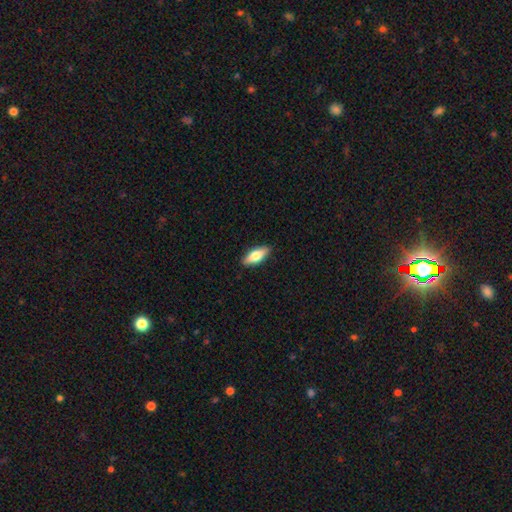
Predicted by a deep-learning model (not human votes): Smooth or featured: smooth — 69% (featured or disk — 26%)
How rounded: in between — 71% (cigar-shaped — 26%)
Merging: none — 88% (minor disturbance — 9%)